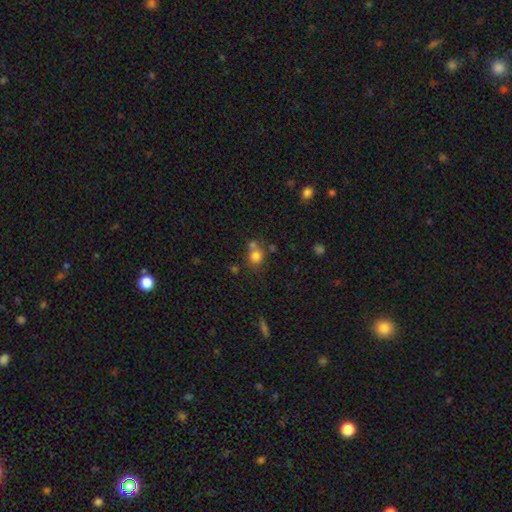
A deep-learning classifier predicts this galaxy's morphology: Smooth or featured: smooth — 77% (star or artifact — 14%)
How rounded: round — 79% (in between — 20%)
Merging: none — 54% (merger — 31%)